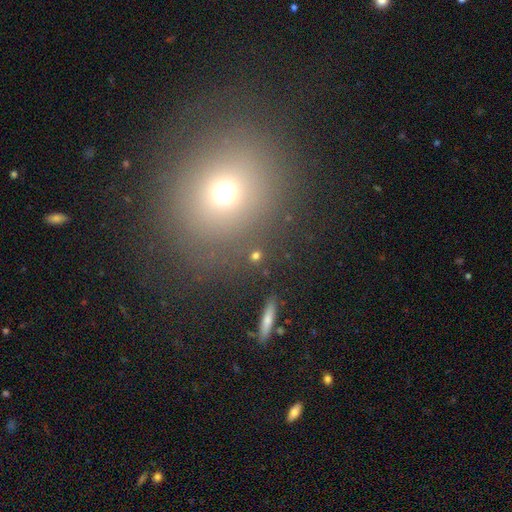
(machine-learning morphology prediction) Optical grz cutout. It shows a smooth galaxy with no disk features (62%) that is round (74%). Merging: none (85%).